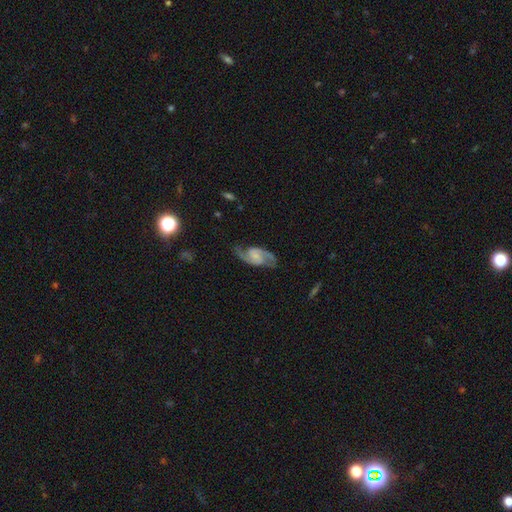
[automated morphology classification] smooth_or_featured: featured or disk (p=0.88) [alt: smooth p=0.07]
disk_edge_on: no (p=0.97) [alt: yes p=0.03]
bar: no (p=0.44) [alt: weak p=0.43]
has_spiral_arms: yes (p=0.98) [alt: no p=0.02]
spiral_winding: medium (p=0.56) [alt: loose p=0.28]
spiral_arm_count: 2 (p=0.93) [alt: can't tell p=0.02]
bulge_size: small (p=0.46) [alt: none p=0.28]
merging: none (p=0.78) [alt: minor disturbance p=0.15]